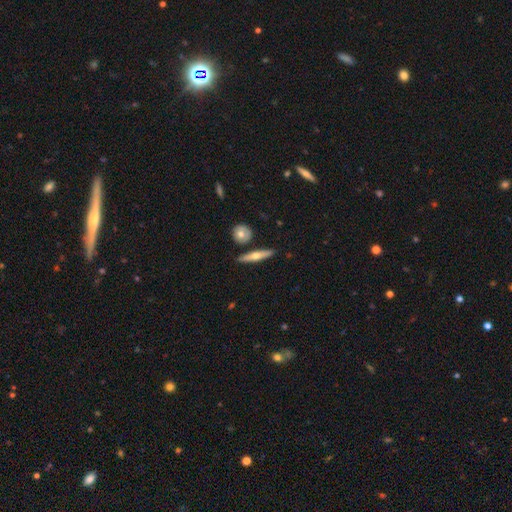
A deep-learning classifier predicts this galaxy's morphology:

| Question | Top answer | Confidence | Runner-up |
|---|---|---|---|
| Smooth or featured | featured or disk | 52% | smooth (43%) |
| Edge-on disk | yes | 91% | no (9%) |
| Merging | none | 83% | minor disturbance (9%) |